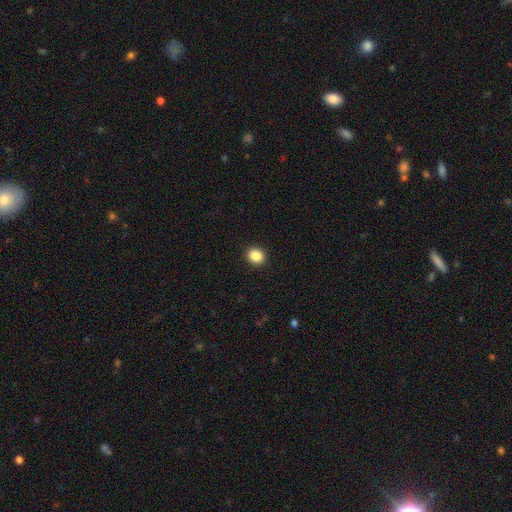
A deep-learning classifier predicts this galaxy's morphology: The model was most divided on "how rounded": round: 77%, in between: 22%, cigar-shaped: 1%. More confident: merging — none (92%); smooth or featured — smooth (87%).